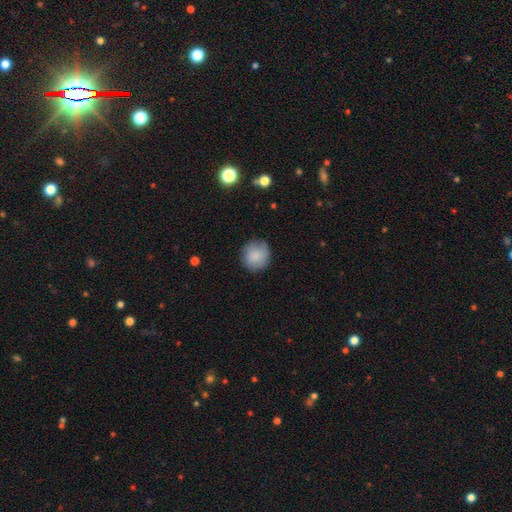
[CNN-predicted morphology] Smooth or featured? Predicted: smooth (p=0.85). How rounded? Predicted: round (p=0.92). Merging? Predicted: none (p=0.79).